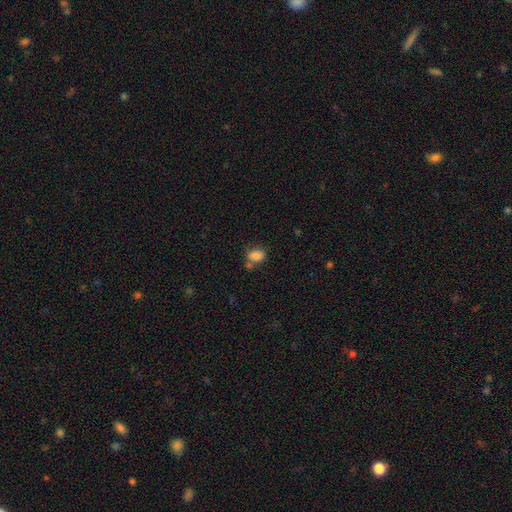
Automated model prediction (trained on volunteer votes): Smooth or featured? smooth (83%)
How rounded? in between (68%)
Merging? none (55%)